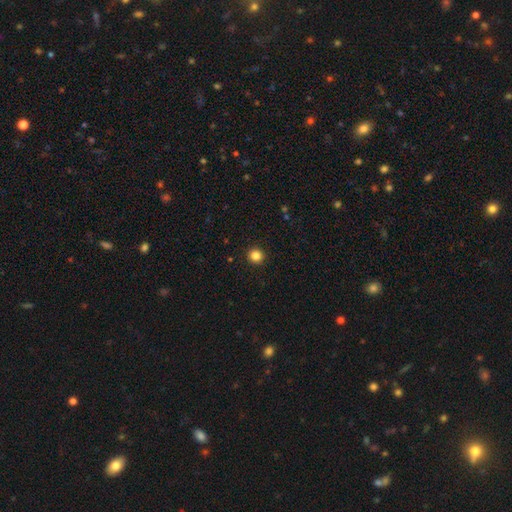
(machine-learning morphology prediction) A smooth galaxy with no disk features (85%) that is round (93%).

Vote fractions:
- Smooth or featured? smooth: 85% / star or artifact: 11% / featured or disk: 4%
- How rounded? round: 93% / in between: 6% / cigar-shaped: 1%
- Merging? none: 93% / minor disturbance: 4% / major disturbance: 2% / merger: 1%